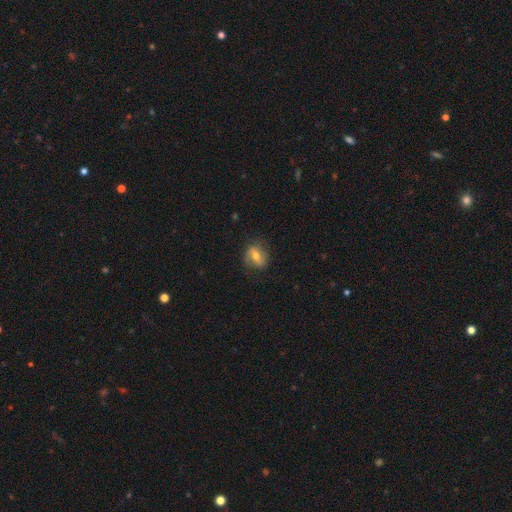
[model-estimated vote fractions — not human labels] Smooth or featured? Predicted: smooth (p=0.47). Merging? Predicted: none (p=0.74).